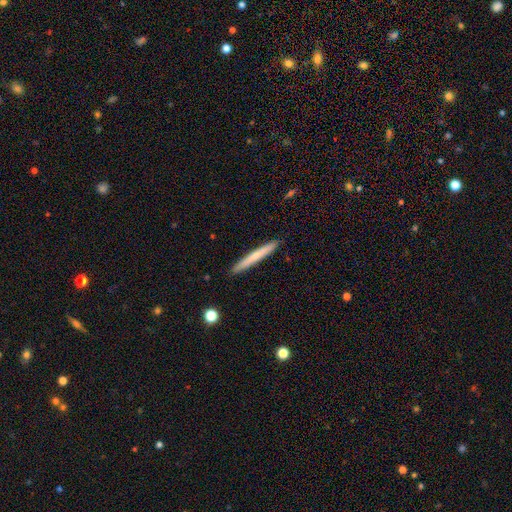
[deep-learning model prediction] The model was most divided on "smooth or featured": smooth: 62%, featured or disk: 33%, star or artifact: 5%. More confident: how rounded — cigar-shaped (97%); merging — none (91%).